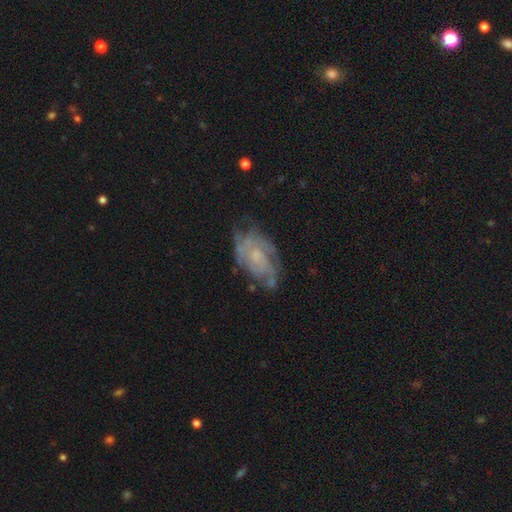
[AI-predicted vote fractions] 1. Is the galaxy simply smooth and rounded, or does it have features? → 73% featured or disk, 19% smooth, 8% star or artifact.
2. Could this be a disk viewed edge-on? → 96% no, 4% yes.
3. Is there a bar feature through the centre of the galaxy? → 72% no, 25% weak, 4% strong.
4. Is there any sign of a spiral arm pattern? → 80% yes, 20% no.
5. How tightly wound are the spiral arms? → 48% tight, 37% medium, 15% loose.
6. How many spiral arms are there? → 46% can't tell, 26% 2, 13% 3, 6% 4, 5% 1, 4% more than 4.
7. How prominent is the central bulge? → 49% small, 27% moderate, 20% none, 3% large, 1% dominant.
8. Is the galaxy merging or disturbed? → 58% none, 25% minor disturbance, 15% major disturbance, 3% merger.